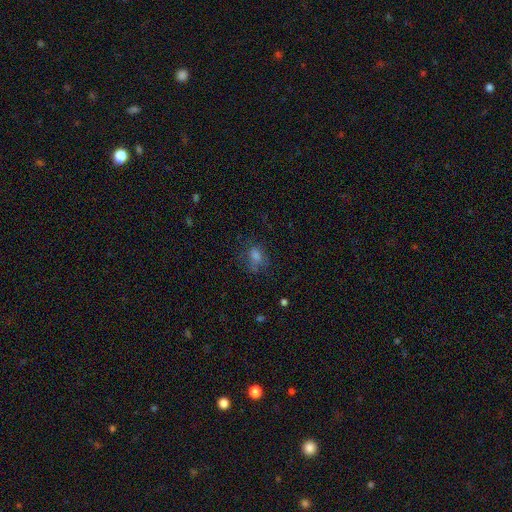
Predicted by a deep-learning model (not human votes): A smooth galaxy with no disk features (62%) that is in between round and cigar-shaped (52%). Merging: none (64%).